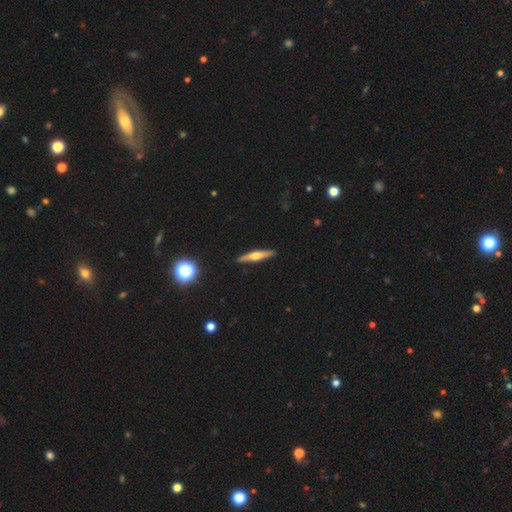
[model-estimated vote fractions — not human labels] Smooth or featured? featured or disk (60%)
Edge-on disk? yes (96%)
Edge-on bulge? rounded (89%)
Merging? none (91%)